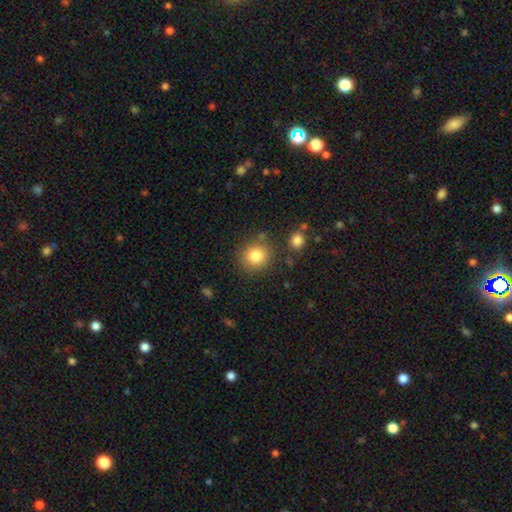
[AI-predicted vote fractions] Overall: smooth (83%). How rounded: round (88%). Merging: none (82%).